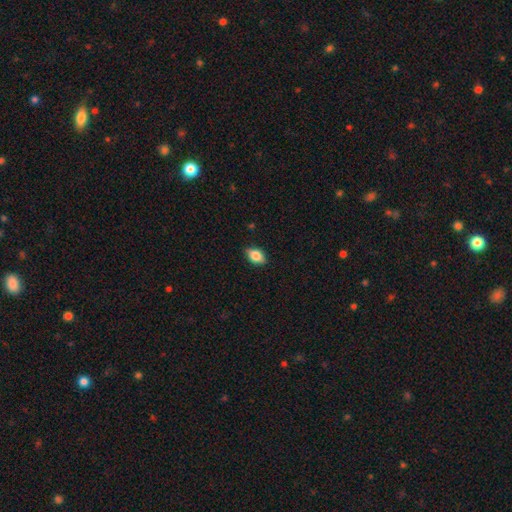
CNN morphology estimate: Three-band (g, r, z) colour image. It shows a smooth galaxy with no disk features (75%) that is in between round and cigar-shaped (84%). Merging: none (84%).